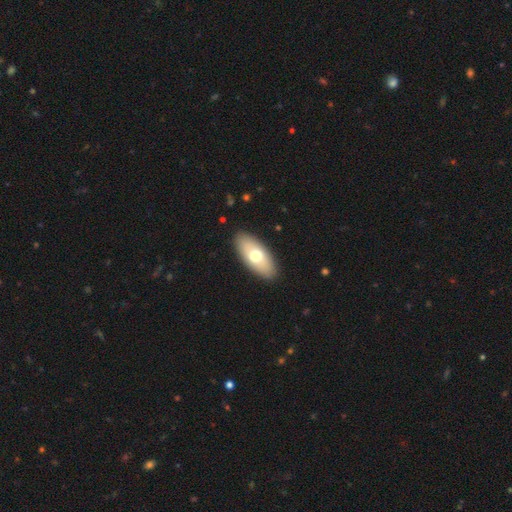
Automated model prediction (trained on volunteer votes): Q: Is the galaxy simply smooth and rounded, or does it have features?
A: smooth — 66%.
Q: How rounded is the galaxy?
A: in between — 88%.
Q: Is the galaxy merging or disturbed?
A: none — 89%.